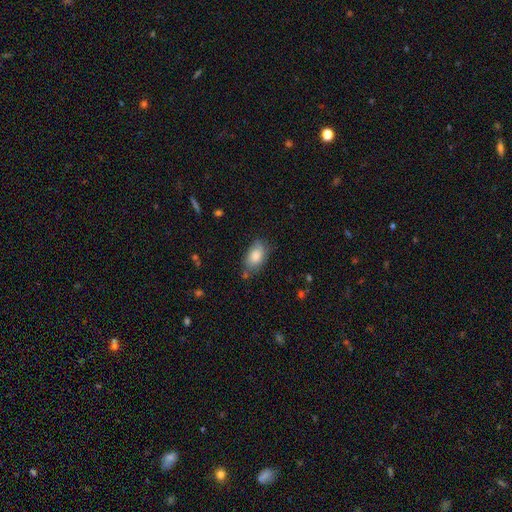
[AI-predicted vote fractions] This appears to be a smooth galaxy with no disk features (82%) that is in between round and cigar-shaped (91%). Merging: none (66%).